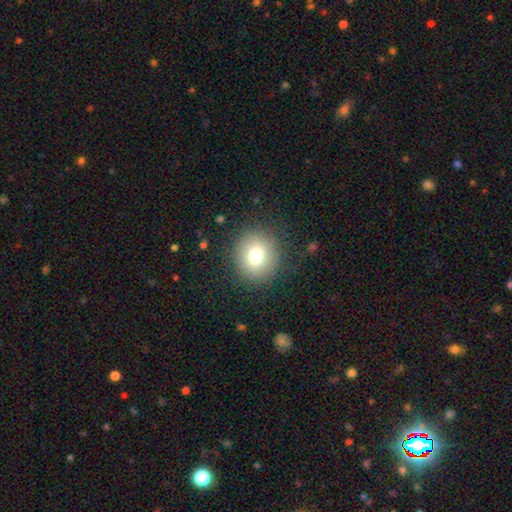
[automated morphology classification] This appears to be a smooth galaxy with no disk features (76%) that is round (89%). Merging: none (87%).